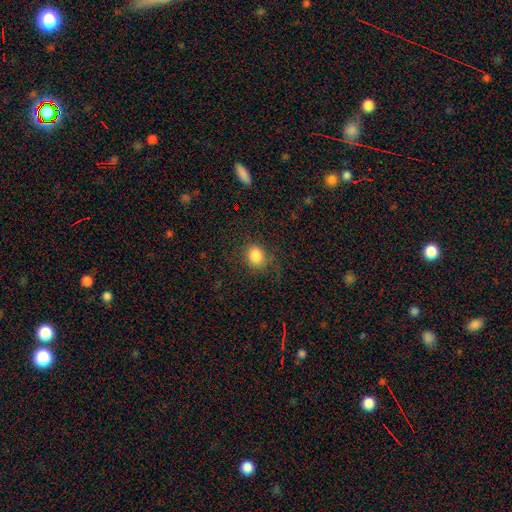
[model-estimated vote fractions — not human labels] This appears to be a smooth galaxy with no disk features (83%) that is round (68%). Merging: none (77%).